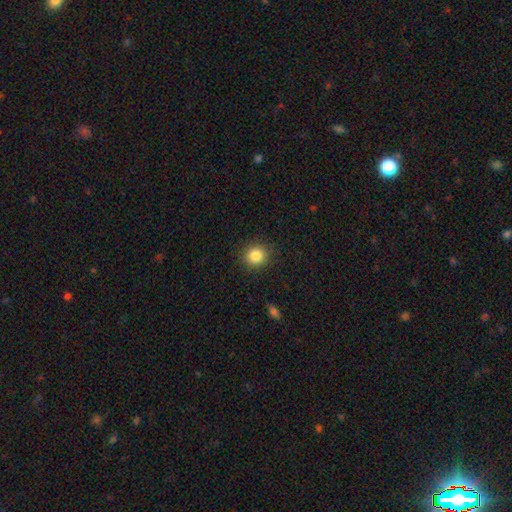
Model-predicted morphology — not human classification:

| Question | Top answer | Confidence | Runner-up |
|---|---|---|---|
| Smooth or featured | smooth | 85% | star or artifact (10%) |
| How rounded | round | 87% | in between (12%) |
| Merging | none | 89% | minor disturbance (7%) |